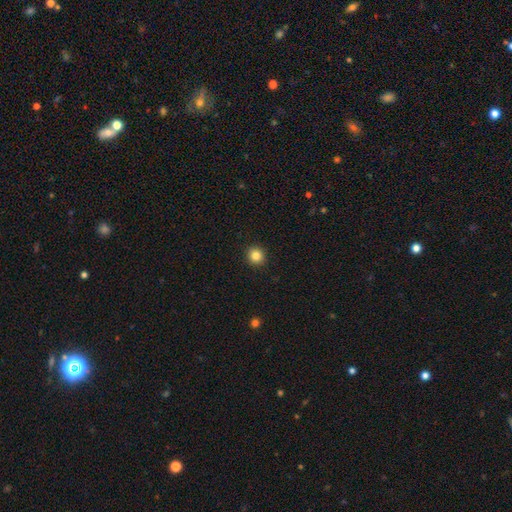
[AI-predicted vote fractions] A smooth galaxy with no disk features (84%) that is round (93%).

Vote fractions:
- Smooth or featured? smooth: 84% / star or artifact: 11% / featured or disk: 5%
- How rounded? round: 93% / in between: 6% / cigar-shaped: 1%
- Merging? none: 93% / minor disturbance: 4% / major disturbance: 2% / merger: 1%